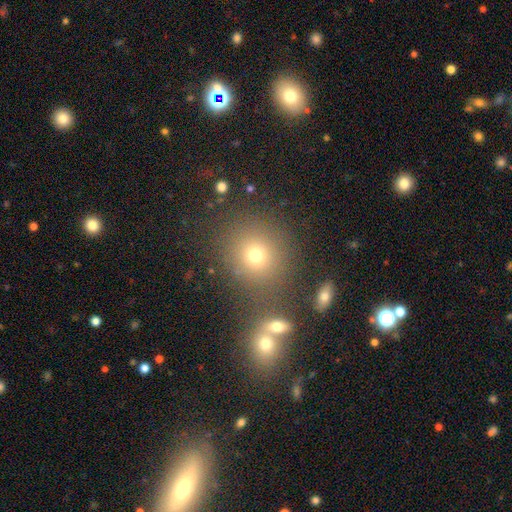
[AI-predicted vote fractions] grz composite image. It shows a smooth galaxy with no disk features (70%) that is round (83%). Merging: none (74%).